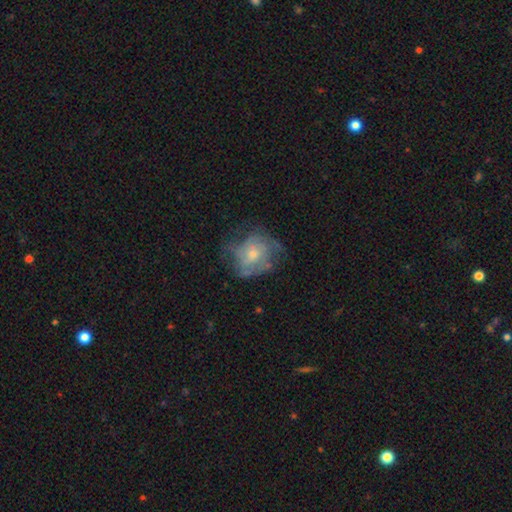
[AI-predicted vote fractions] Smooth or featured?
  - featured or disk: 57% *
  - smooth: 34%
  - star or artifact: 9%
Edge-on disk?
  - no: 97% *
  - yes: 3%
Bar?
  - no: 78% *
  - weak: 19%
  - strong: 3%
Spiral arms?
  - yes: 60% *
  - no: 40%
Bulge size?
  - small: 52% *
  - moderate: 42%
  - none: 3%
  - large: 3%
  - dominant: 1%
Merging?
  - none: 54% *
  - minor disturbance: 25%
  - major disturbance: 19%
  - merger: 2%